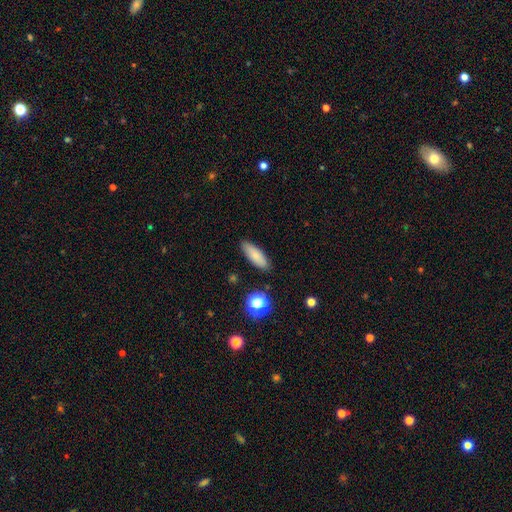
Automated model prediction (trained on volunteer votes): This is likely a smooth galaxy (80%). How rounded: likely in between (60%). Merging: clearly none (86%).